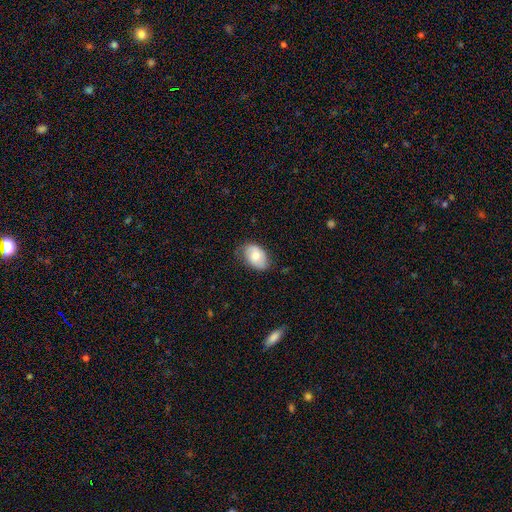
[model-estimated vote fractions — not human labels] smooth 66%, featured or disk 27%, star or artifact 7%. Down the decision tree: how rounded — in between (86%); merging — none (66%).